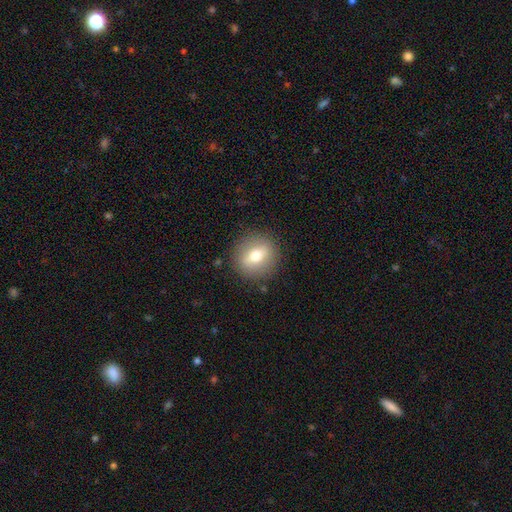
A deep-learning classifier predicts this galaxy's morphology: A smooth galaxy with no disk features (64%) that is round (84%). Merging: none (87%).